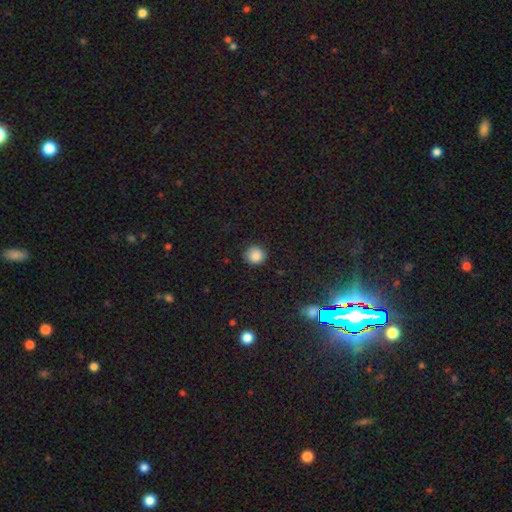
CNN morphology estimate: This is clearly a smooth galaxy (86%). How rounded: clearly round (91%). Merging: clearly none (87%).